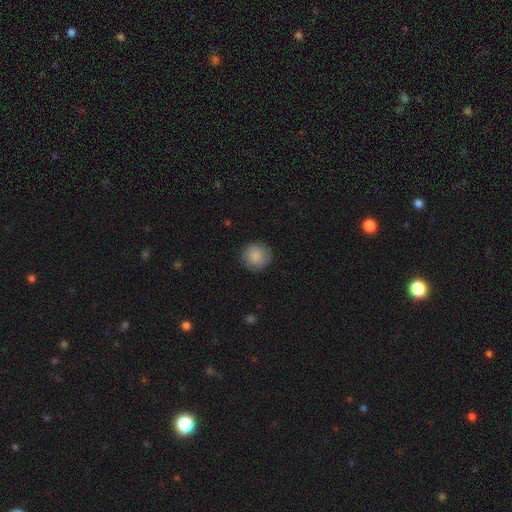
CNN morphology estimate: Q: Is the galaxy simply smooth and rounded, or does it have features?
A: smooth — 88%.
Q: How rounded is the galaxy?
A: round — 92%.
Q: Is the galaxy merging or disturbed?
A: none — 88%.